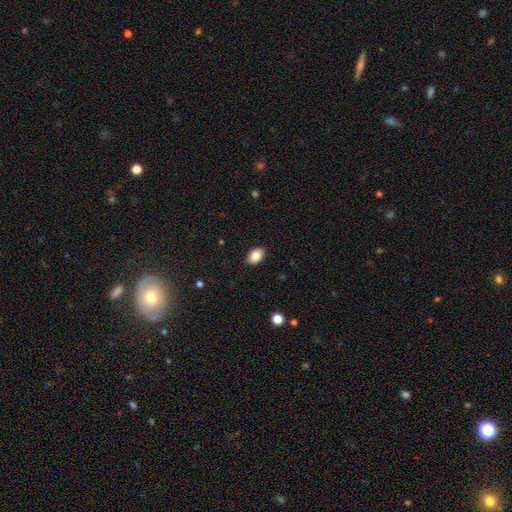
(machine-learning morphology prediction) smooth-or-featured: smooth: 86% | star or artifact: 8% | featured or disk: 6%
  how-rounded: in between: 87% | round: 12% | cigar-shaped: 1%
  merging: none: 89% | minor disturbance: 8% | major disturbance: 2% | merger: 1%